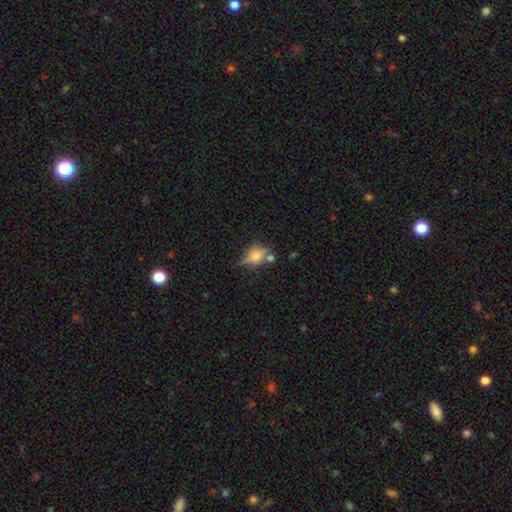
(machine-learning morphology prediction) This is possibly a featured or disk galaxy (47%). Merging: likely none (61%).